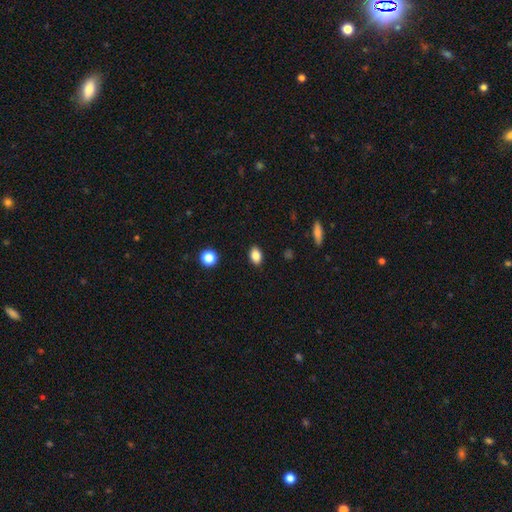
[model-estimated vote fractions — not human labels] A smooth galaxy with no disk features (85%) that is in between round and cigar-shaped (82%). Merging: none (89%).